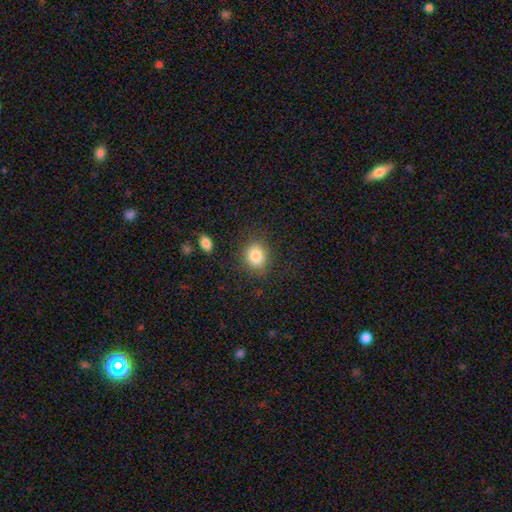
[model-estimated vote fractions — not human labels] smooth-or-featured: smooth: 84% | star or artifact: 9% | featured or disk: 6%
  how-rounded: round: 63% | in between: 36% | cigar-shaped: 1%
  merging: none: 82% | minor disturbance: 12% | major disturbance: 4% | merger: 2%